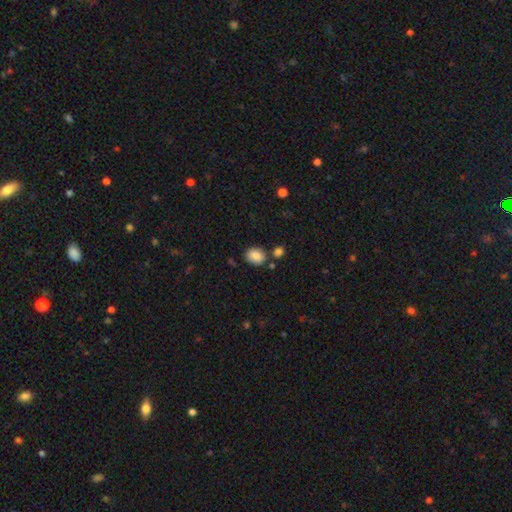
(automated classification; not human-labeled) The model was most divided on "how rounded": in between: 53%, round: 46%, cigar-shaped: 1%. More confident: smooth or featured — smooth (86%); merging — none (74%).